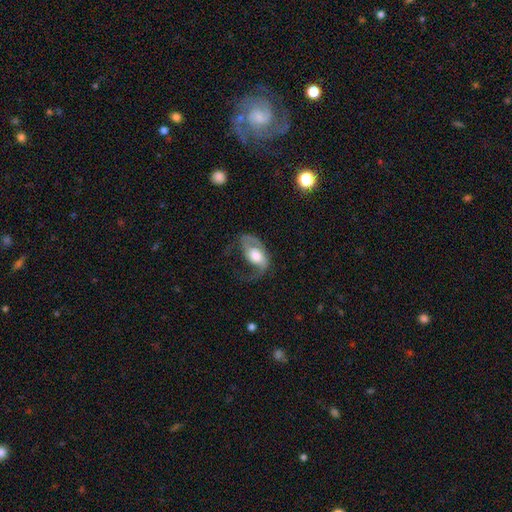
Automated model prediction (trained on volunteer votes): smooth-or-featured: featured or disk: 62% | smooth: 32% | star or artifact: 6%
  disk-edge-on: no: 94% | yes: 6%
    bar: no: 65% | weak: 26% | strong: 9%
    has-spiral-arms: yes: 79% | no: 21%
    bulge-size: large: 44% | moderate: 40% | small: 7% | dominant: 6% | none: 3%
  merging: major disturbance: 45% | none: 31% | minor disturbance: 22% | merger: 2%